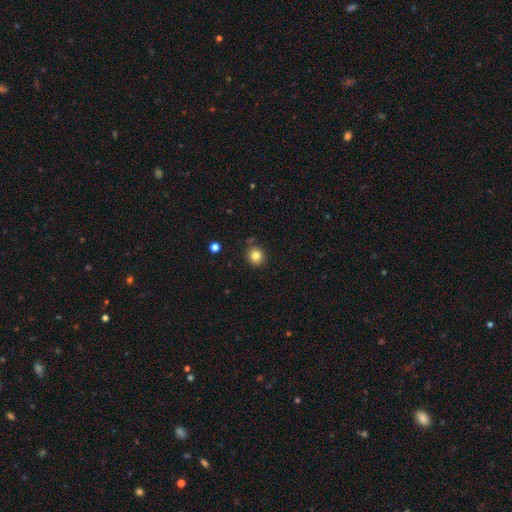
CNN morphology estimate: Smooth or featured?
  - smooth: 82% *
  - star or artifact: 12%
  - featured or disk: 7%
How rounded?
  - round: 91% *
  - in between: 8%
  - cigar-shaped: 1%
Merging?
  - none: 86% *
  - minor disturbance: 9%
  - merger: 3%
  - major disturbance: 2%